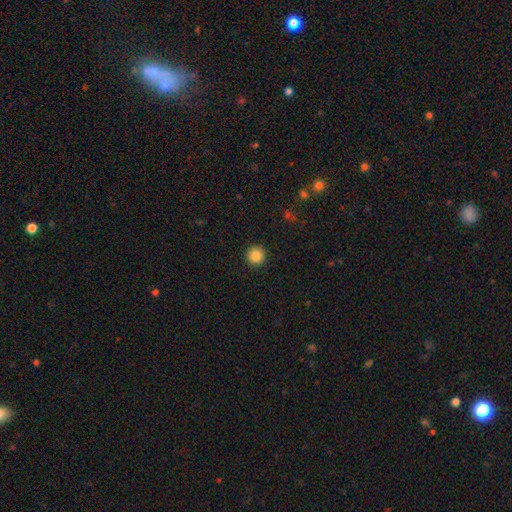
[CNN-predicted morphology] This appears to be a smooth galaxy with no disk features (87%) that is round (96%). Merging: none (93%).